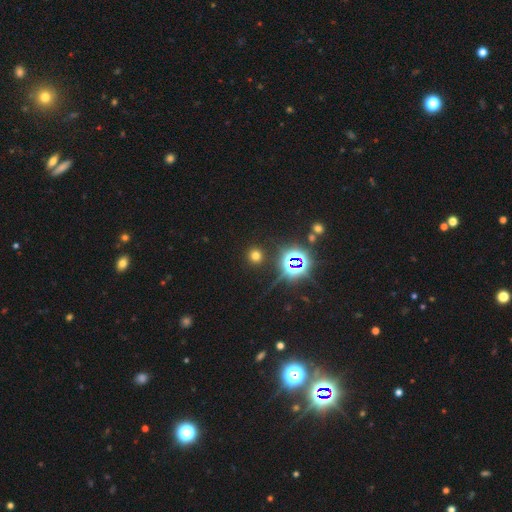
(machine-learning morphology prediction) The model was most divided on "smooth or featured": smooth: 63%, star or artifact: 29%, featured or disk: 7%. More confident: how rounded — round (91%); merging — none (89%).